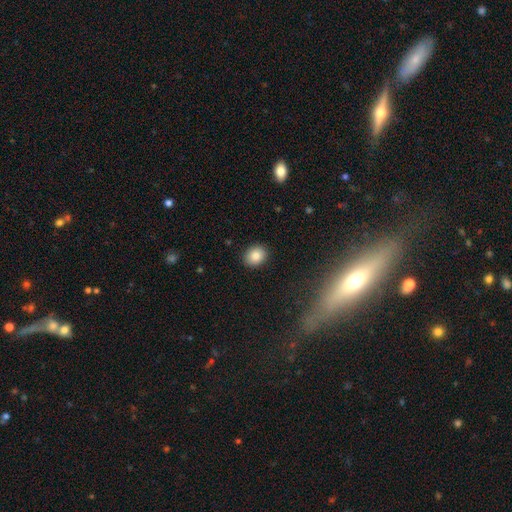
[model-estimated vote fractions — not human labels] Smooth or featured: smooth — 84% (star or artifact — 9%)
How rounded: round — 59% (in between — 41%)
Merging: none — 90% (minor disturbance — 7%)